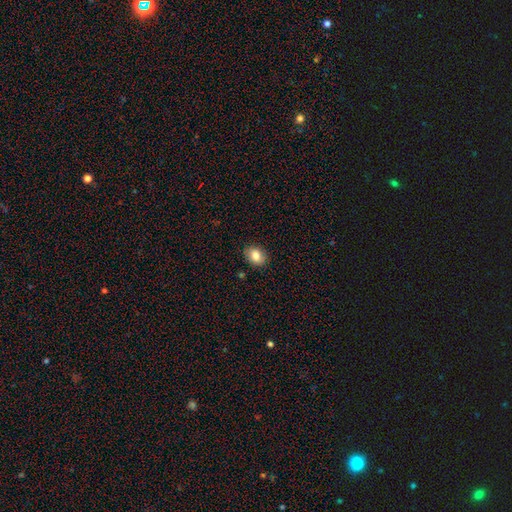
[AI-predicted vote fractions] Morphology: type=smooth (83%); roundness=in between (59%); merging=none (88%).